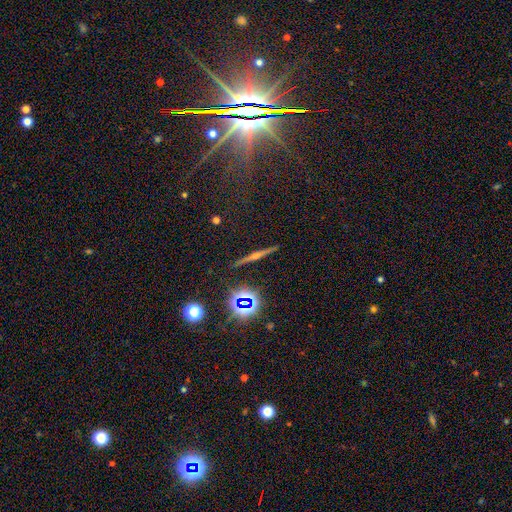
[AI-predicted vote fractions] Overall: featured or disk (64%). Edge-on disk: yes (97%). Edge-on bulge: rounded (82%). Merging: none (91%).